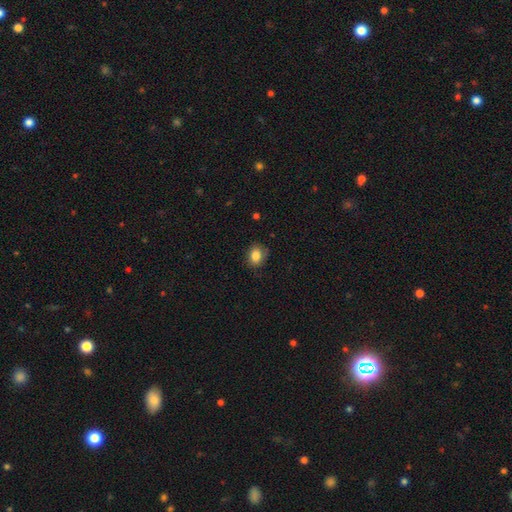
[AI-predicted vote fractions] This is clearly a smooth galaxy (83%). How rounded: possibly in between (50%). Merging: likely none (75%).